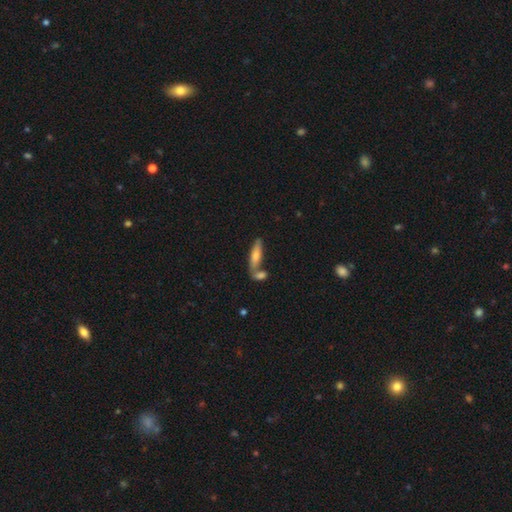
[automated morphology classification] smooth-or-featured: smooth: 61% | featured or disk: 32% | star or artifact: 7%
  how-rounded: cigar-shaped: 68% | in between: 29% | round: 2%
  merging: none: 57% | merger: 28% | minor disturbance: 11% | major disturbance: 3%